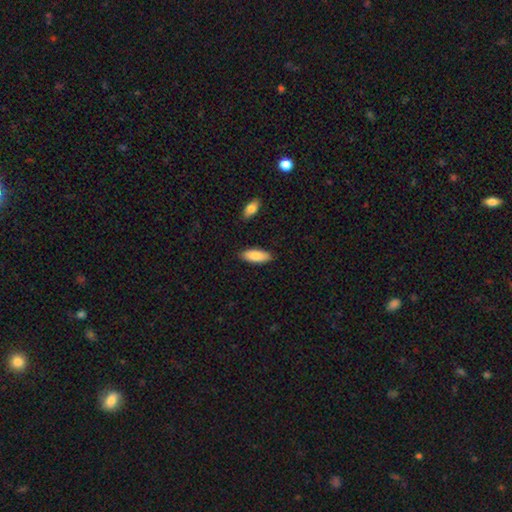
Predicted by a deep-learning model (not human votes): This appears to be a smooth galaxy with no disk features (85%) that is in between round and cigar-shaped (73%). Merging: none (87%).